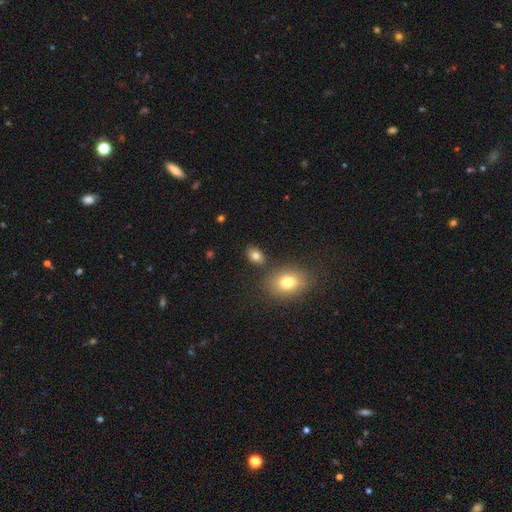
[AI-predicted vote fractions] Smooth or featured: smooth — 81% (star or artifact — 11%)
How rounded: in between — 82% (round — 17%)
Merging: none — 80% (minor disturbance — 10%)